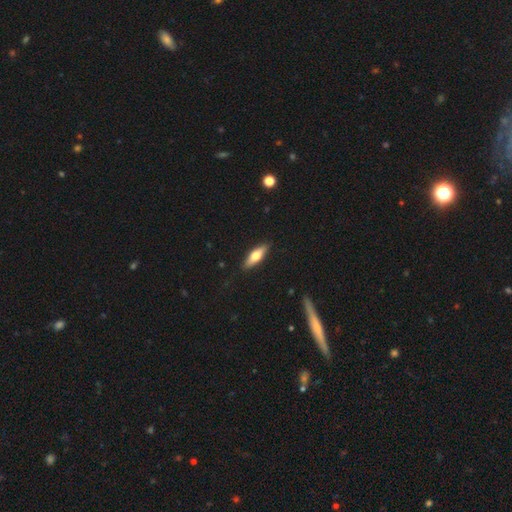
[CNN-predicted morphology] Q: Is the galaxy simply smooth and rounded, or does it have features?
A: smooth — 55%.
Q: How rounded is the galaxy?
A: cigar-shaped — 54%.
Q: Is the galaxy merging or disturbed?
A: none — 88%.